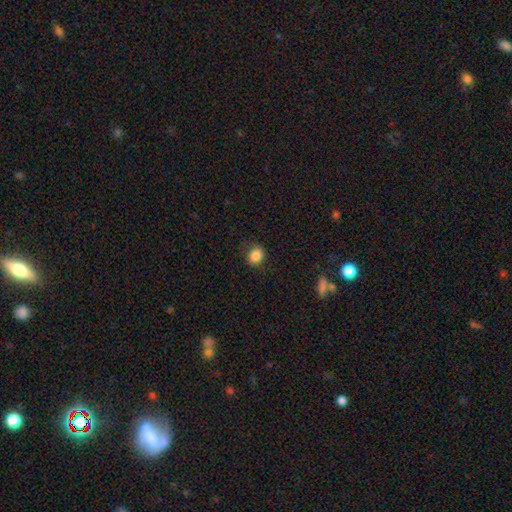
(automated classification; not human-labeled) The model was most divided on "how rounded": round: 55%, in between: 44%, cigar-shaped: 1%. More confident: smooth or featured — smooth (85%); merging — none (78%).